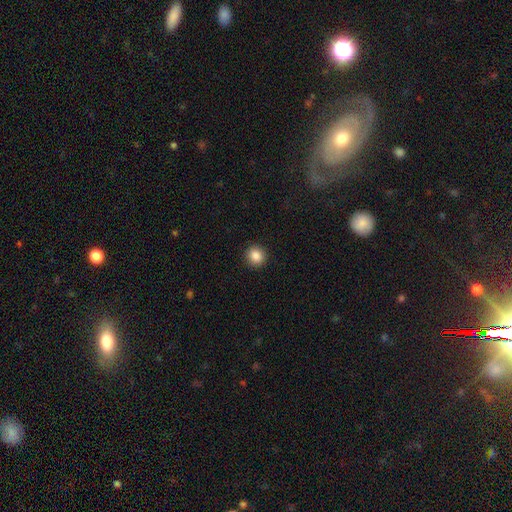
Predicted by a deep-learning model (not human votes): Q: Smooth or featured?
A: smooth (87%); runner-up: star or artifact (10%)
Q: How rounded?
A: round (89%); runner-up: in between (10%)
Q: Merging?
A: none (92%); runner-up: minor disturbance (5%)